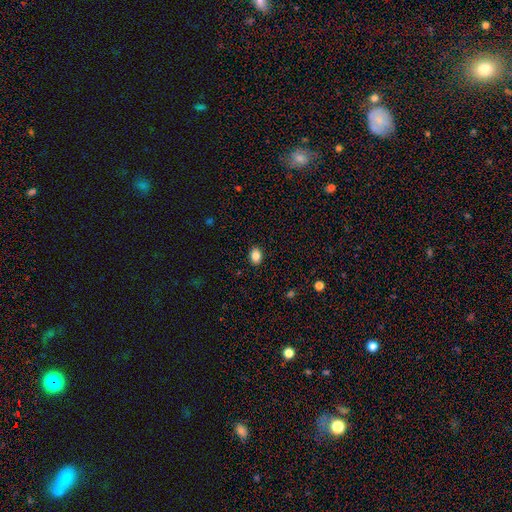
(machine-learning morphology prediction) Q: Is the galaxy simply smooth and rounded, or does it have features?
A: smooth — 86%.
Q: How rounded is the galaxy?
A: in between — 65%.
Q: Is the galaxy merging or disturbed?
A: none — 90%.